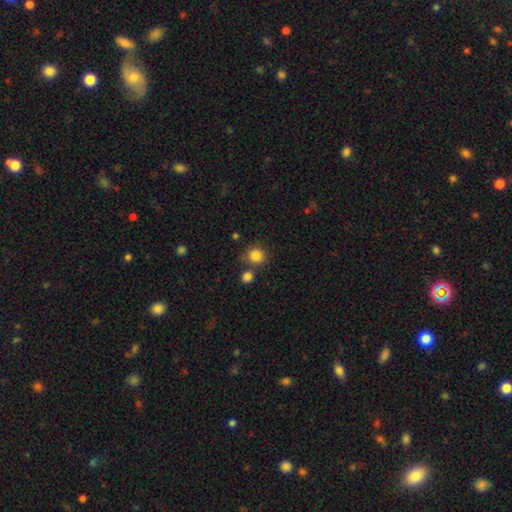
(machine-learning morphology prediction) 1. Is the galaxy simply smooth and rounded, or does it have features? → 84% smooth, 11% star or artifact, 5% featured or disk.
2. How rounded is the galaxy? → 86% round, 13% in between, 1% cigar-shaped.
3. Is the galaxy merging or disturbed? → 69% none, 16% merger, 11% minor disturbance, 4% major disturbance.